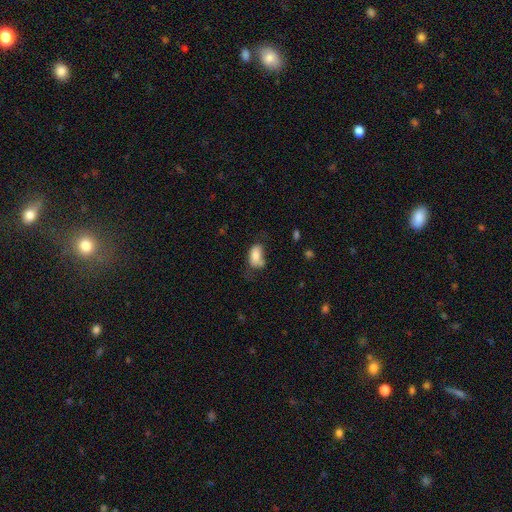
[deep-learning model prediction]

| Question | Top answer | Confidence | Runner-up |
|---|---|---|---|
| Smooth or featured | smooth | 80% | featured or disk (12%) |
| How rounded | in between | 91% | round (7%) |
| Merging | none | 44% | minor disturbance (31%) |